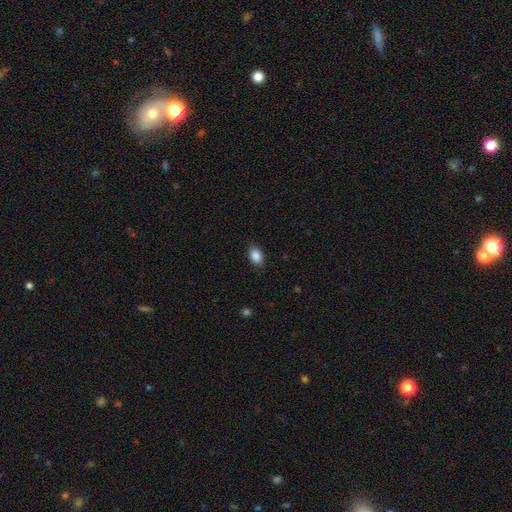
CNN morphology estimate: Smooth or featured? smooth (87%)
How rounded? in between (83%)
Merging? none (85%)